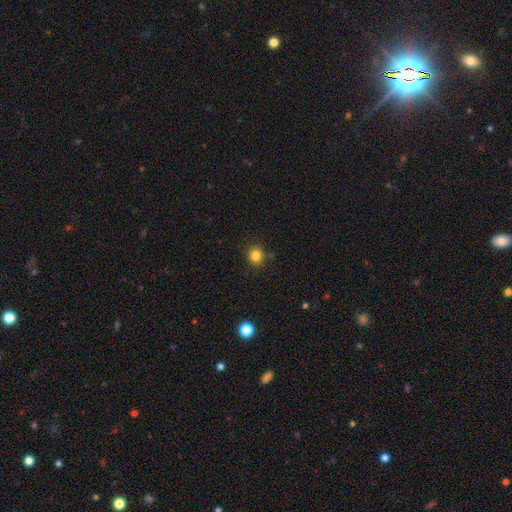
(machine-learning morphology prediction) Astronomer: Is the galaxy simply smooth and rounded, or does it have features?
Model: smooth — 83%.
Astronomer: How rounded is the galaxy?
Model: round — 90%.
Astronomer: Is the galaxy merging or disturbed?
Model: none — 87%.